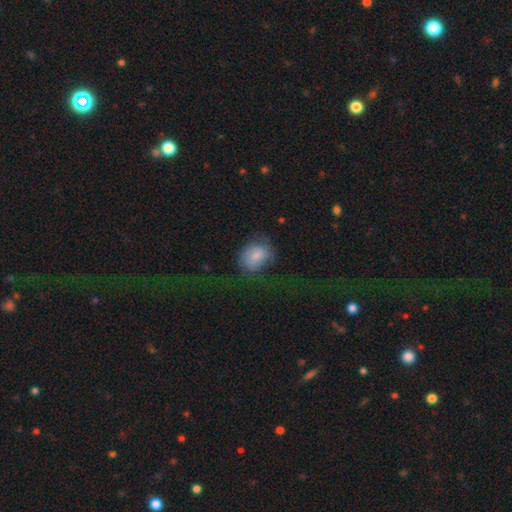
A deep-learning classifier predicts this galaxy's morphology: smooth_or_featured: smooth (p=0.71) [alt: featured or disk p=0.20]
how_rounded: in between (p=0.53) [alt: round p=0.46]
merging: none (p=0.50) [alt: minor disturbance p=0.27]